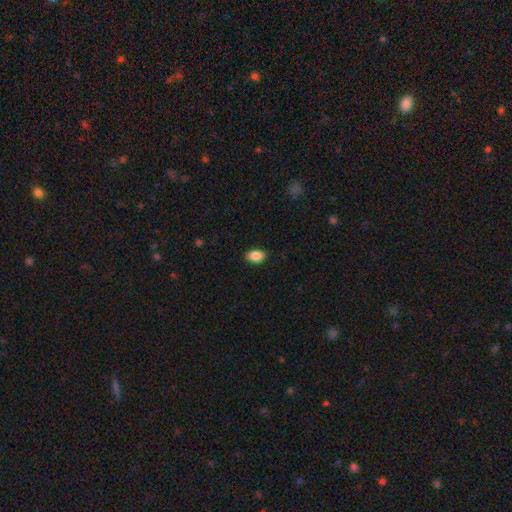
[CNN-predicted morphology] This appears to be a smooth galaxy with no disk features (89%) that is in between round and cigar-shaped (87%). Merging: none (88%).